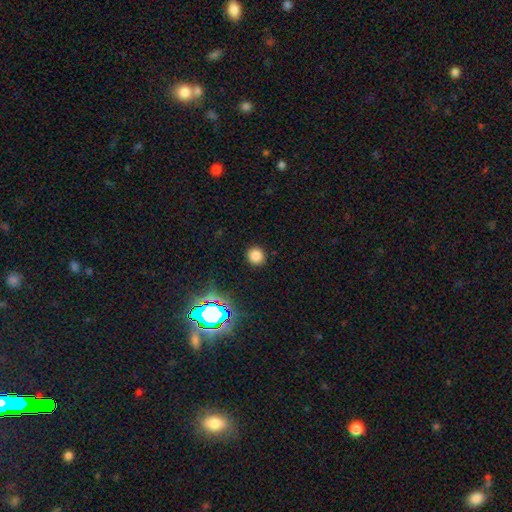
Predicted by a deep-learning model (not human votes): Smooth or featured? smooth (78%)
How rounded? round (88%)
Merging? none (89%)